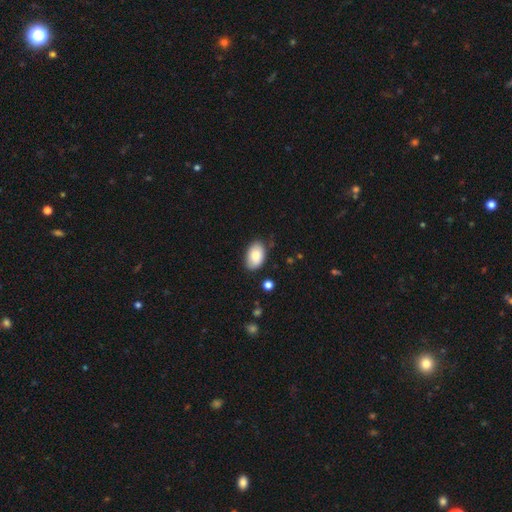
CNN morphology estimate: type=smooth (81%); roundness=in between (92%); merging=none (80%).